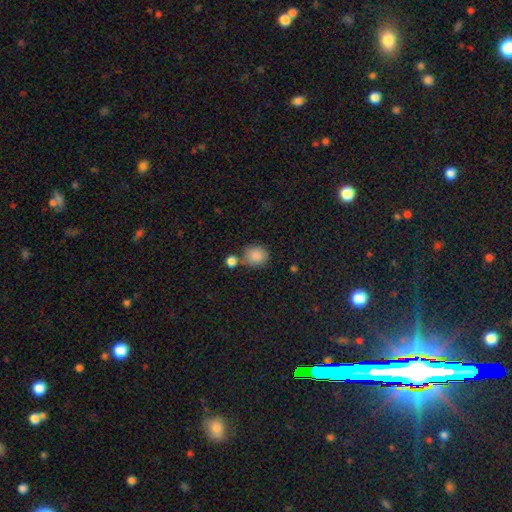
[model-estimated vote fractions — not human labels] smooth 87%, star or artifact 8%, featured or disk 4%. Down the decision tree: how rounded — round (74%); merging — none (63%).